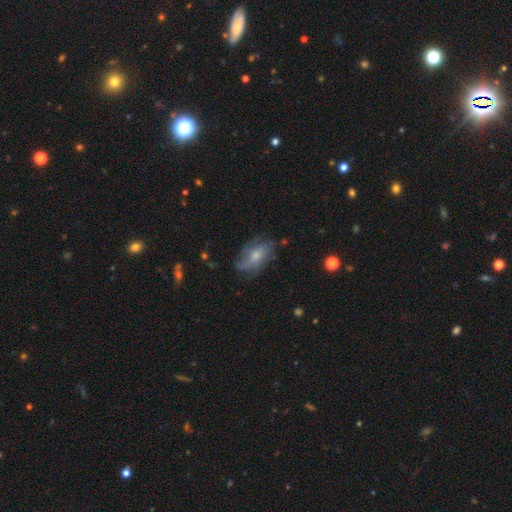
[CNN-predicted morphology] Smooth or featured?
  - featured or disk: 49% *
  - smooth: 43%
  - star or artifact: 8%
Merging?
  - none: 59% *
  - minor disturbance: 27%
  - major disturbance: 12%
  - merger: 2%